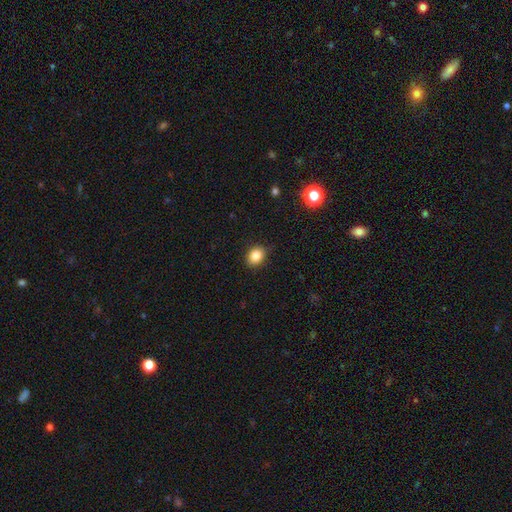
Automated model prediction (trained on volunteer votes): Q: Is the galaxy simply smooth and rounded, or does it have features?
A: smooth — 85%.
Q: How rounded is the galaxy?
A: in between — 58%.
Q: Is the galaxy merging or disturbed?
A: none — 86%.